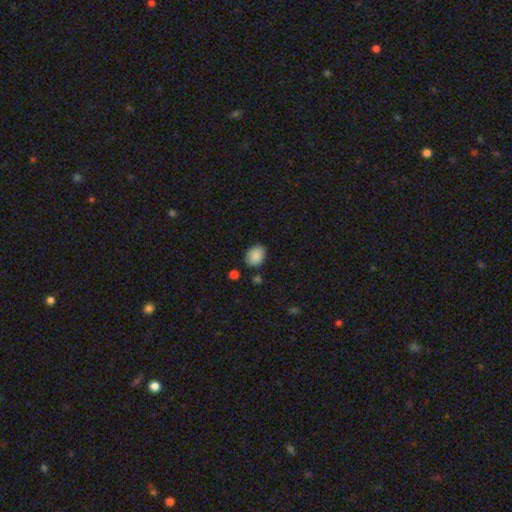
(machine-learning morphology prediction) Overall: smooth (88%). How rounded: in between (67%; round 32%). Merging: none (77%).